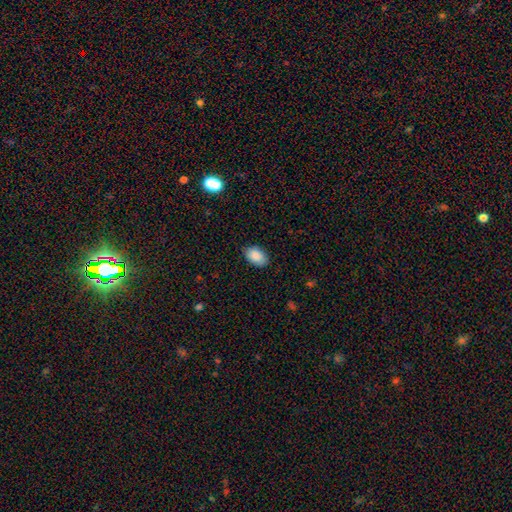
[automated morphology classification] type=smooth (89%); roundness=in between (90%); merging=none (83%).